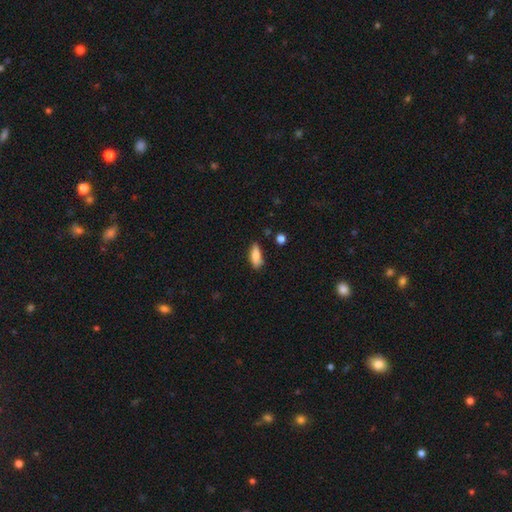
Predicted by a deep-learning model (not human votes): smooth-or-featured: smooth: 83% | featured or disk: 11% | star or artifact: 7%
  how-rounded: in between: 67% | cigar-shaped: 30% | round: 3%
  merging: none: 74% | minor disturbance: 20% | major disturbance: 4% | merger: 3%